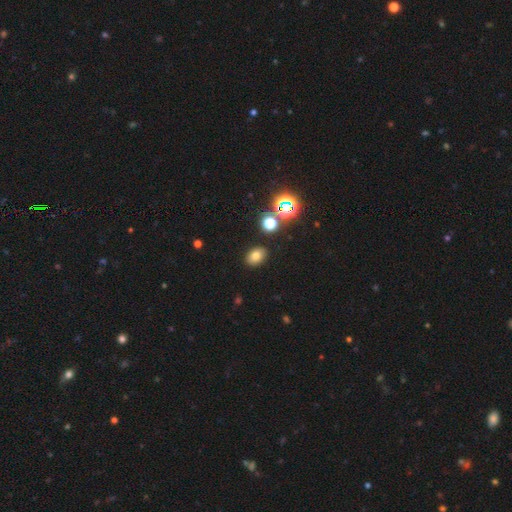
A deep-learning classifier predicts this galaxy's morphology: smooth 75%, star or artifact 17%, featured or disk 8%. Down the decision tree: how rounded — in between (73%); merging — none (87%).